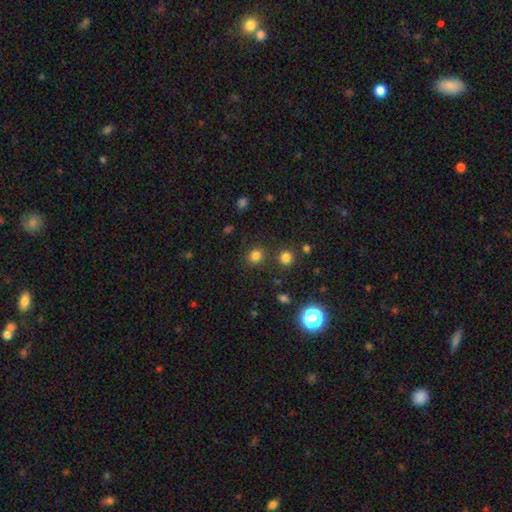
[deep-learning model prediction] The model was most divided on "how rounded": round: 81%, in between: 18%, cigar-shaped: 1%. More confident: merging — none (82%); smooth or featured — smooth (80%).